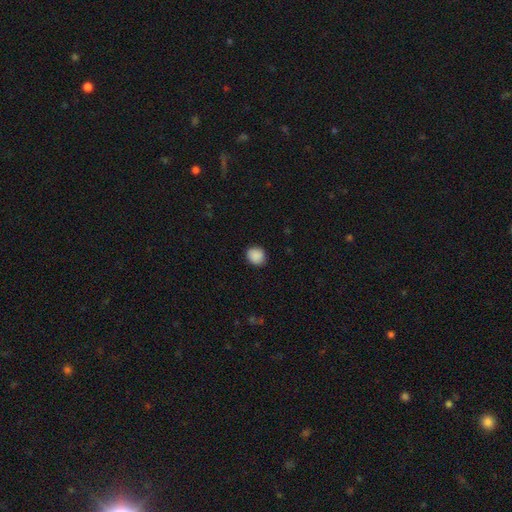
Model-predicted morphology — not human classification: smooth_or_featured: smooth (p=0.89) [alt: star or artifact p=0.08]
how_rounded: round (p=0.76) [alt: in between p=0.23]
merging: none (p=0.88) [alt: minor disturbance p=0.09]